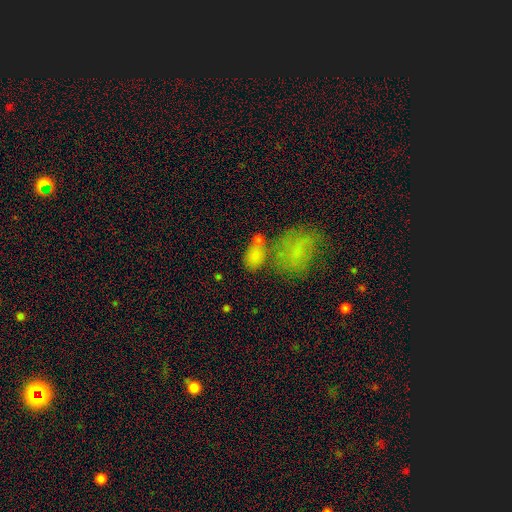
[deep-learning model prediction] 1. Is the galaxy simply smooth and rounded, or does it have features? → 77% smooth, 12% featured or disk, 12% star or artifact.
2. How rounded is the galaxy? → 79% in between, 19% round, 3% cigar-shaped.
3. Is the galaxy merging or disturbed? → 44% none, 28% merger, 17% minor disturbance, 10% major disturbance.